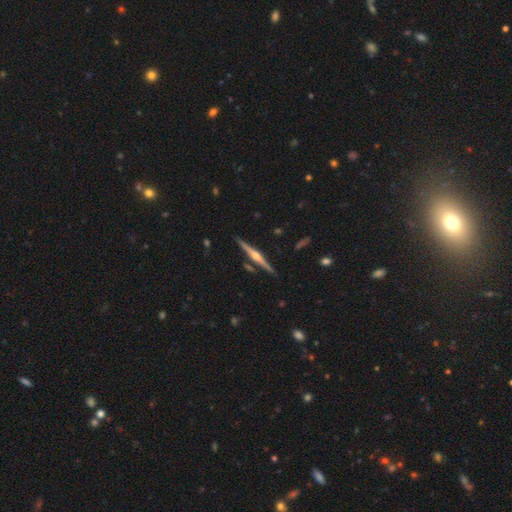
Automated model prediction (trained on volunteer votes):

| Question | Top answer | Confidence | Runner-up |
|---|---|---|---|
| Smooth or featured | featured or disk | 83% | smooth (12%) |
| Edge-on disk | yes | 98% | no (2%) |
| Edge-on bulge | rounded | 92% | boxy (4%) |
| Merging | none | 89% | minor disturbance (7%) |